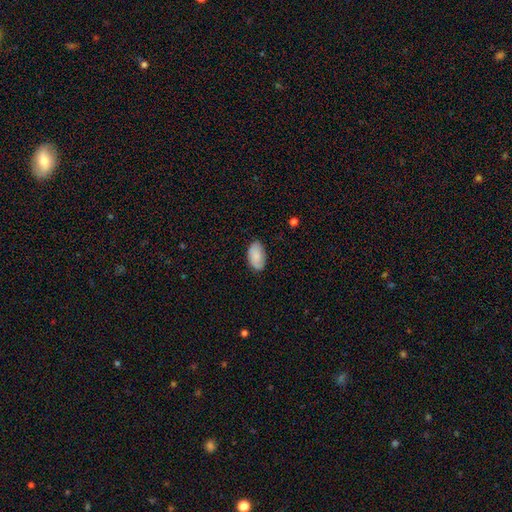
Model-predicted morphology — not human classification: Overall: smooth (77%). How rounded: in between (94%). Merging: none (80%).